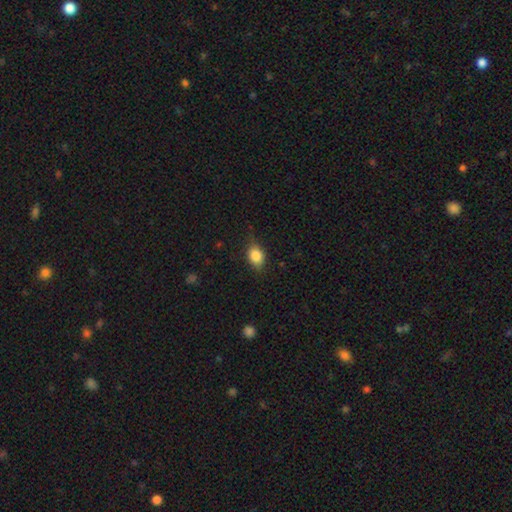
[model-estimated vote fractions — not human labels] smooth-or-featured: smooth: 83% | star or artifact: 9% | featured or disk: 9%
  how-rounded: in between: 67% | round: 31% | cigar-shaped: 2%
  merging: none: 73% | minor disturbance: 22% | major disturbance: 4% | merger: 1%